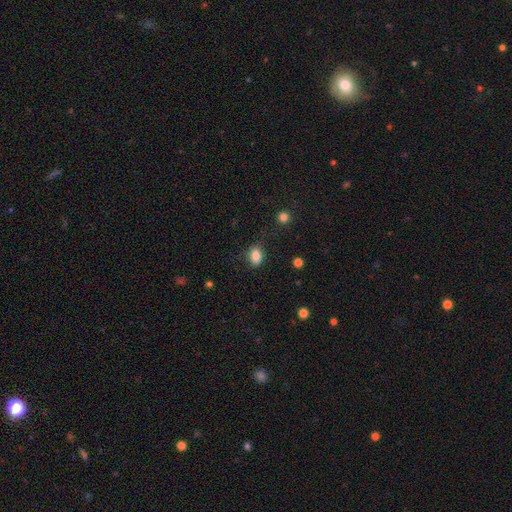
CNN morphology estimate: Q: Smooth or featured?
A: smooth (84%); runner-up: star or artifact (10%)
Q: How rounded?
A: in between (72%); runner-up: round (26%)
Q: Merging?
A: none (74%); runner-up: minor disturbance (19%)